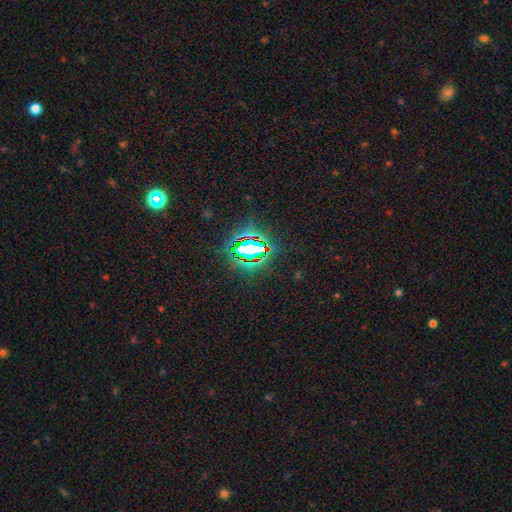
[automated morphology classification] smooth-or-featured: star or artifact: 76% | smooth: 14% | featured or disk: 10%